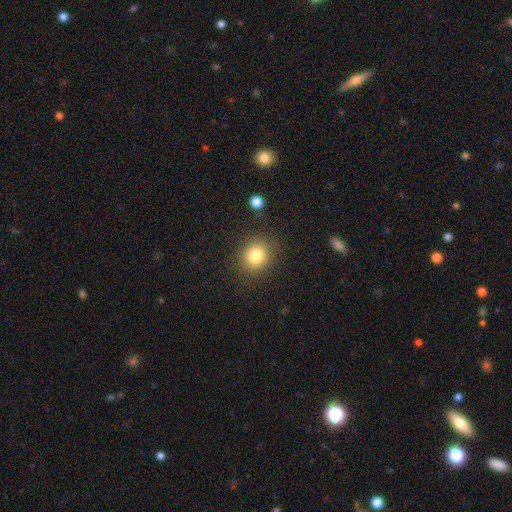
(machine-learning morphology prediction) smooth 81%, star or artifact 11%, featured or disk 7%. Down the decision tree: how rounded — round (80%); merging — none (87%).